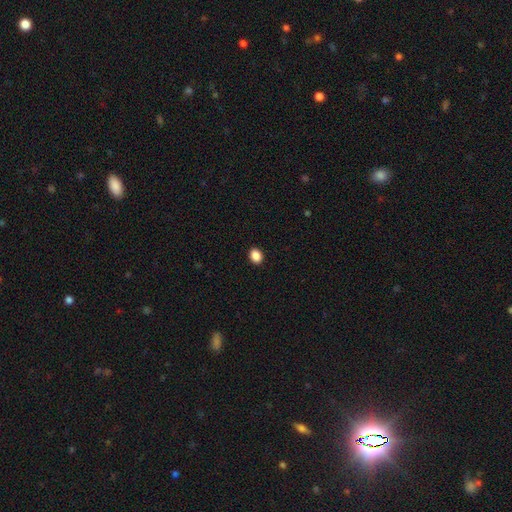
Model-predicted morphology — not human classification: smooth-or-featured: smooth: 89% | star or artifact: 9% | featured or disk: 2%
  how-rounded: in between: 61% | round: 38% | cigar-shaped: 1%
  merging: none: 91% | minor disturbance: 6% | major disturbance: 2% | merger: 1%